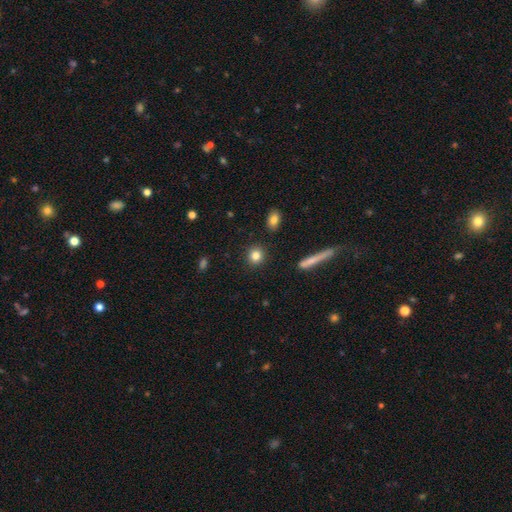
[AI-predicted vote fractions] This is clearly a smooth galaxy (83%). How rounded: clearly round (87%). Merging: clearly none (90%).